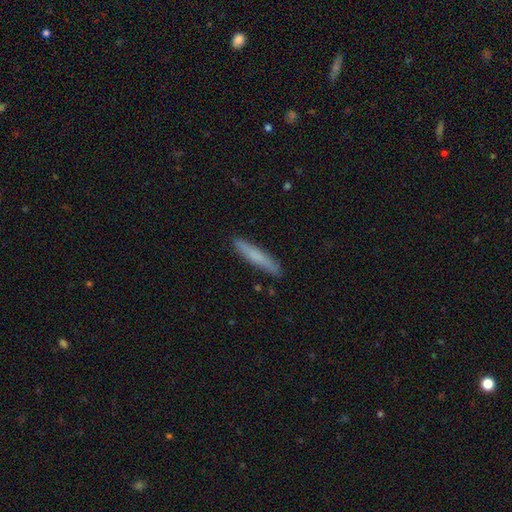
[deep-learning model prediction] The model was most divided on "smooth or featured": smooth: 70%, featured or disk: 24%, star or artifact: 6%. More confident: how rounded — cigar-shaped (94%); merging — none (89%).